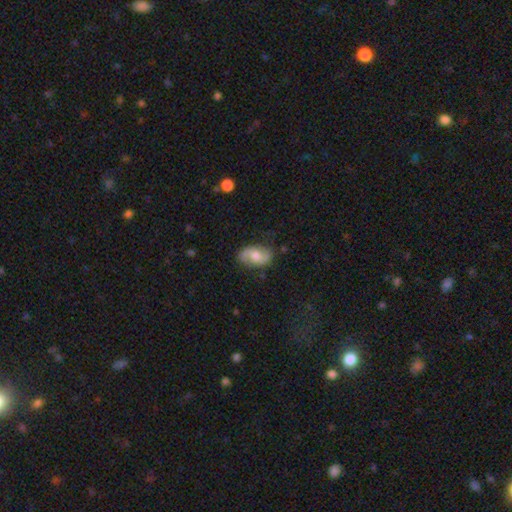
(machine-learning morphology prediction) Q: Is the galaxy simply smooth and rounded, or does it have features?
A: featured or disk — 54%.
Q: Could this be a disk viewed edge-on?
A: no — 95%.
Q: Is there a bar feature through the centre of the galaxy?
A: no — 56%.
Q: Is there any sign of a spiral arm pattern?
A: yes — 84%.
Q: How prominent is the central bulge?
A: moderate — 66%.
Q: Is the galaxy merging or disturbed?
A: none — 77%.